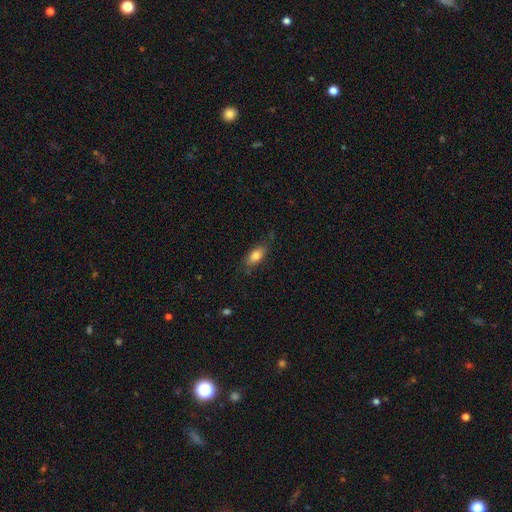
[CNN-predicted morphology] smooth 79%, featured or disk 14%, star or artifact 7%. Down the decision tree: how rounded — in between (85%); merging — none (72%).